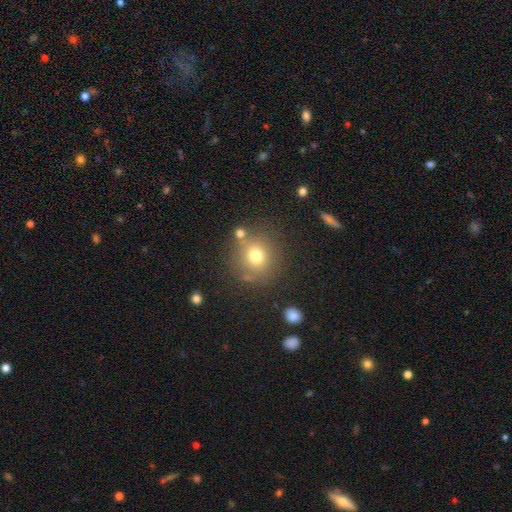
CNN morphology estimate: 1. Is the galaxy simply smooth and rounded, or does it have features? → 72% smooth, 16% star or artifact, 12% featured or disk.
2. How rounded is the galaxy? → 89% round, 10% in between, 1% cigar-shaped.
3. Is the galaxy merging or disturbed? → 76% none, 11% minor disturbance, 8% merger, 5% major disturbance.